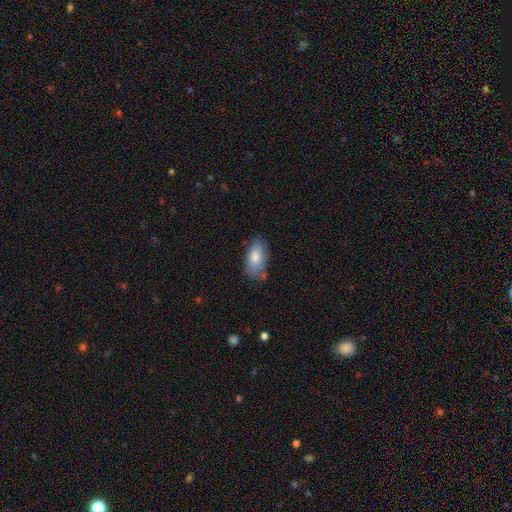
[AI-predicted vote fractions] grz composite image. It shows a smooth galaxy with no disk features (76%) that is in between round and cigar-shaped (90%). Merging: none (67%).